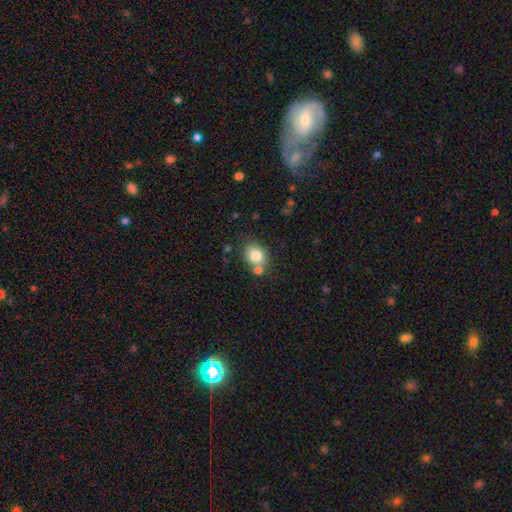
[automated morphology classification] This appears to be a smooth galaxy with no disk features (80%) that is round (57%). Merging: none (61%).